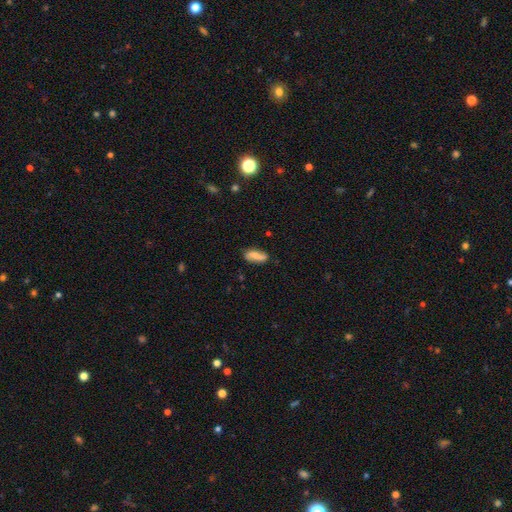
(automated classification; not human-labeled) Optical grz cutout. It shows a smooth galaxy with no disk features (60%) that is in between round and cigar-shaped (72%). Merging: none (77%).